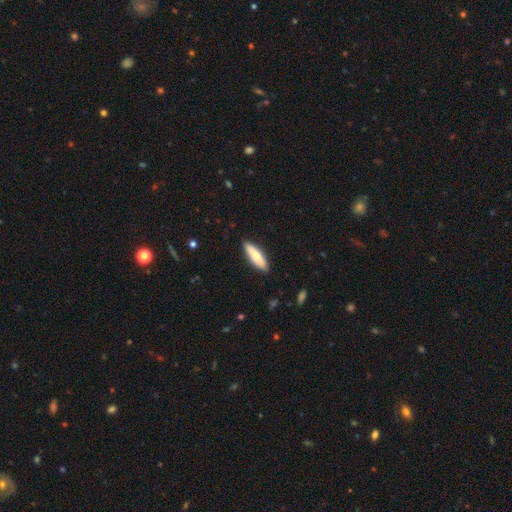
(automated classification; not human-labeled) A smooth galaxy with no disk features (75%) that is cigar-shaped (58%). Merging: none (88%).